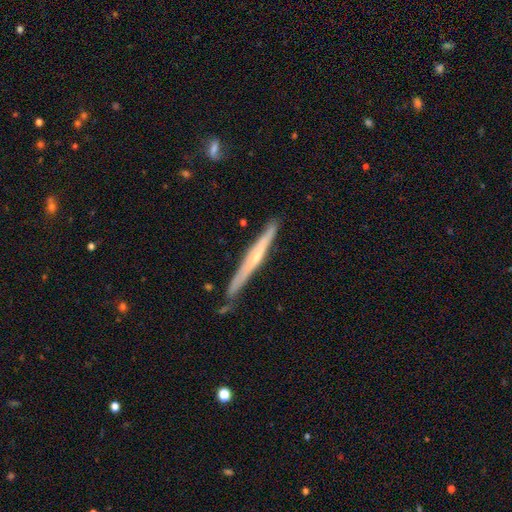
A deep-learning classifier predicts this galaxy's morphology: Overall: featured or disk (62%; smooth 33%). Edge-on disk: yes (96%). Edge-on bulge: none (49%; rounded 46%). Merging: none (80%).